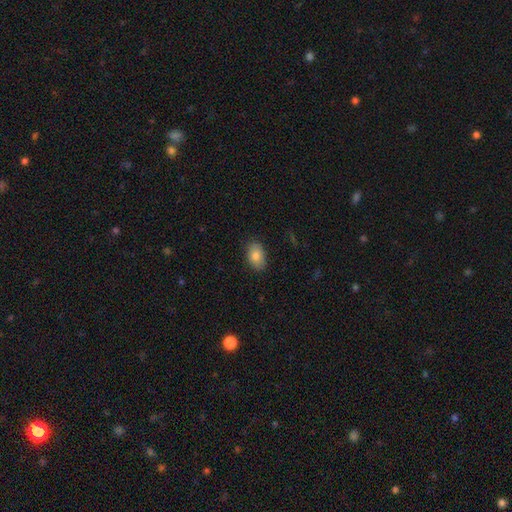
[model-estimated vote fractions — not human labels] Q: Smooth or featured?
A: smooth (82%); runner-up: featured or disk (10%)
Q: How rounded?
A: in between (88%); runner-up: round (11%)
Q: Merging?
A: none (85%); runner-up: minor disturbance (11%)